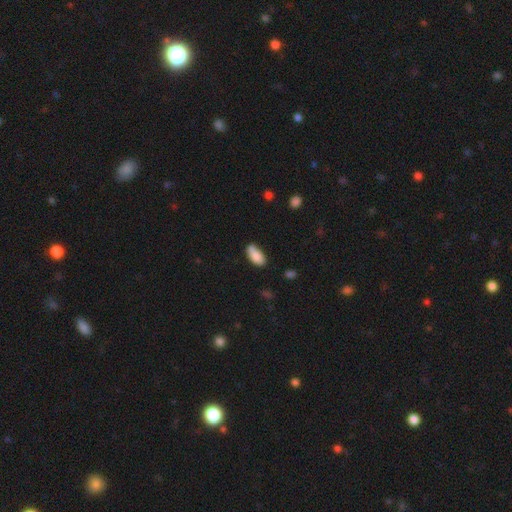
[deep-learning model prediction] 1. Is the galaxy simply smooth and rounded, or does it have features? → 83% smooth, 10% featured or disk, 7% star or artifact.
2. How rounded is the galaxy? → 91% in between, 6% cigar-shaped, 3% round.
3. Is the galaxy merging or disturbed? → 60% none, 25% minor disturbance, 10% merger, 6% major disturbance.